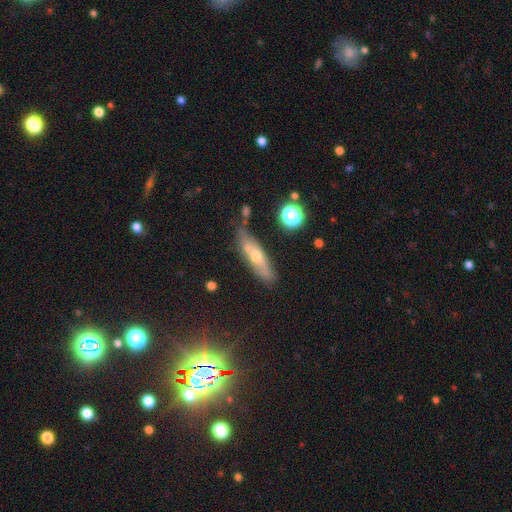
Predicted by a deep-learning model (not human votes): smooth 45% (tied), featured or disk 45% (tied), star or artifact 10%. Down the decision tree: merging — none (66%).